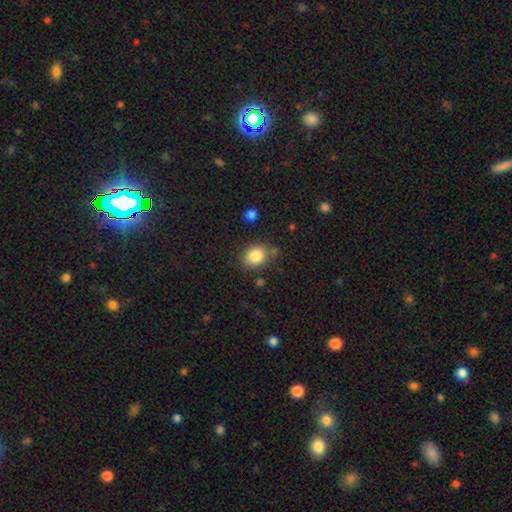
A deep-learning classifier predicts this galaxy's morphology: smooth_or_featured: smooth (p=0.85) [alt: star or artifact p=0.09]
how_rounded: round (p=0.54) [alt: in between p=0.45]
merging: none (p=0.76) [alt: minor disturbance p=0.14]